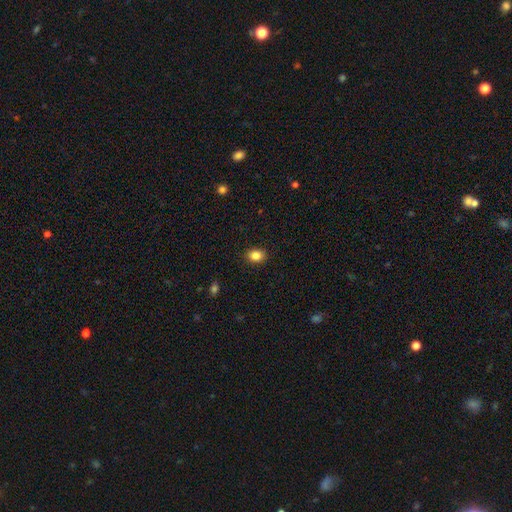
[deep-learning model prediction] Q: Smooth or featured?
A: smooth (85%); runner-up: star or artifact (10%)
Q: How rounded?
A: in between (60%); runner-up: round (39%)
Q: Merging?
A: none (89%); runner-up: minor disturbance (8%)